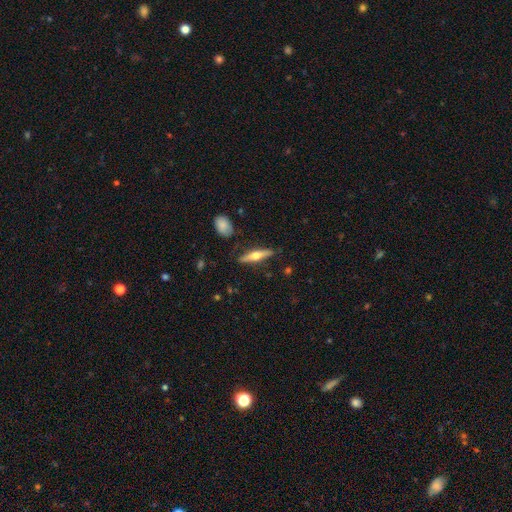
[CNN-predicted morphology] smooth_or_featured: featured or disk (p=0.55) [alt: smooth p=0.39]
disk_edge_on: yes (p=0.94) [alt: no p=0.06]
edge_on_bulge: rounded (p=0.94) [alt: none p=0.03]
merging: none (p=0.84) [alt: minor disturbance p=0.11]